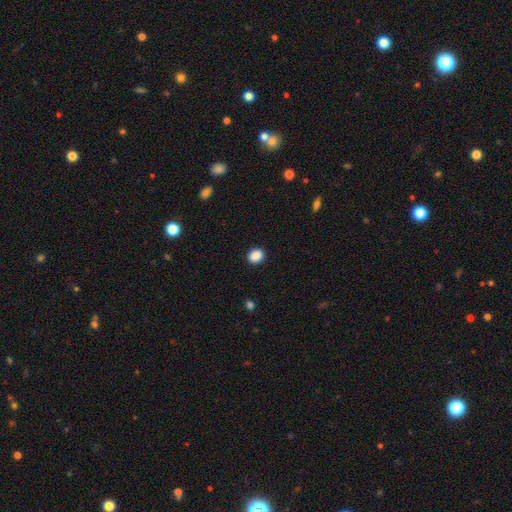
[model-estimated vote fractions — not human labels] Smooth or featured? Predicted: smooth (p=0.89). How rounded? Predicted: in between (p=0.51). Merging? Predicted: none (p=0.90).